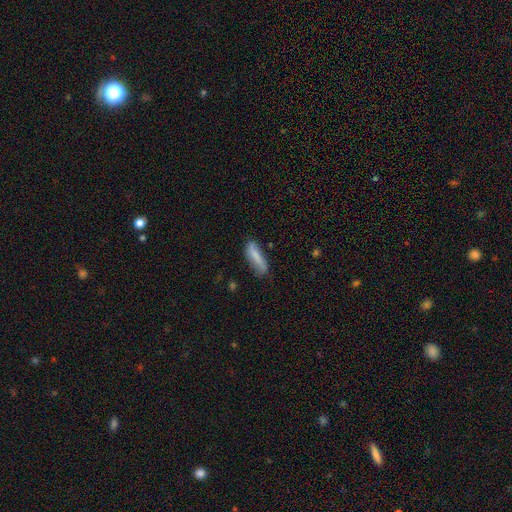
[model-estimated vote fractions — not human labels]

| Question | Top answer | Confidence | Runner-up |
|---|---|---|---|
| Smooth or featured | smooth | 72% | featured or disk (21%) |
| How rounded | cigar-shaped | 60% | in between (38%) |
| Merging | none | 63% | minor disturbance (26%) |